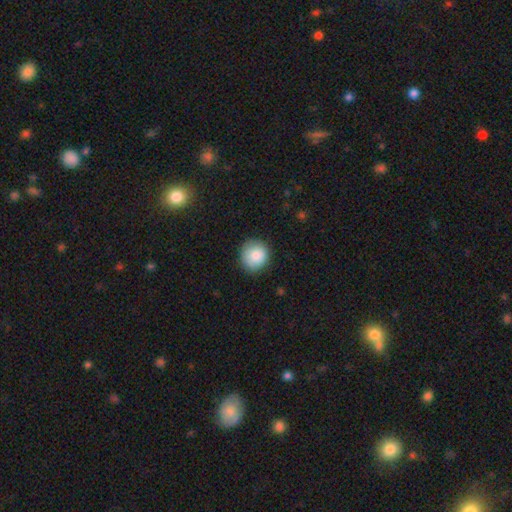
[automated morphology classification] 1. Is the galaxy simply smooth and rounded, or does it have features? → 86% smooth, 8% star or artifact, 6% featured or disk.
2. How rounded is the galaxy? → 89% round, 10% in between, 1% cigar-shaped.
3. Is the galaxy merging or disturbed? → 86% none, 10% minor disturbance, 3% major disturbance, 1% merger.